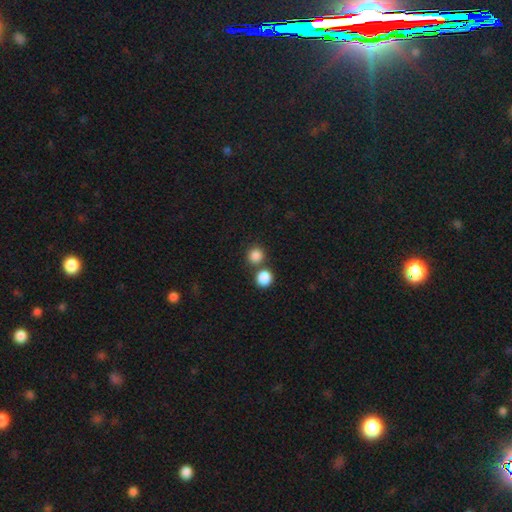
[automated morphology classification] Smooth or featured? smooth (84%)
How rounded? round (90%)
Merging? none (65%)